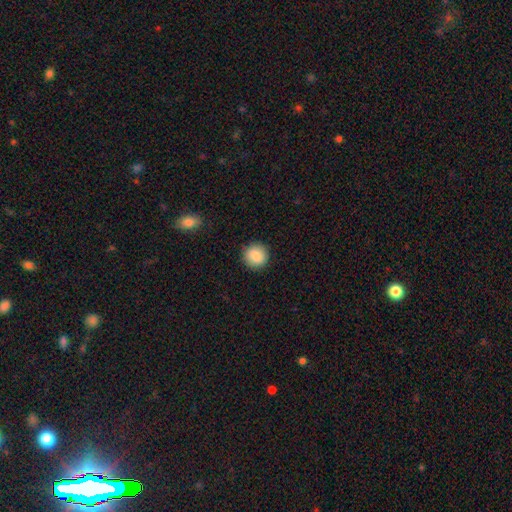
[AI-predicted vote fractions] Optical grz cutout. It shows a smooth galaxy with no disk features (88%) that is round (92%). Merging: none (89%).